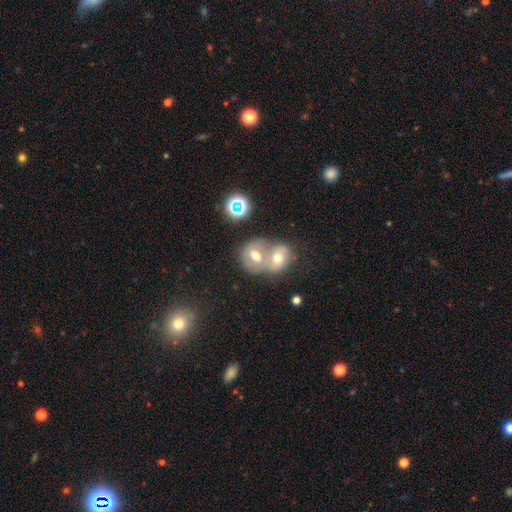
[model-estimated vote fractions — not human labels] This is possibly a smooth galaxy (53%). How rounded: possibly round (55%). Merging: likely merger (70%).